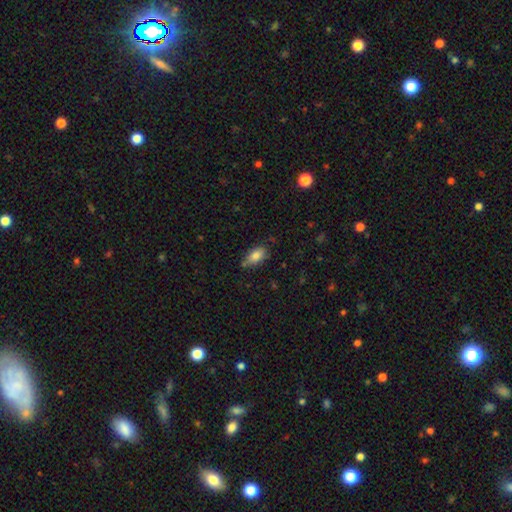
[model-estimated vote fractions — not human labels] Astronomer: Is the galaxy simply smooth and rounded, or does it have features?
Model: smooth — 82%.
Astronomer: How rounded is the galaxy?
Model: in between — 90%.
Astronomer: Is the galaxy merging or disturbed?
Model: none — 68%.